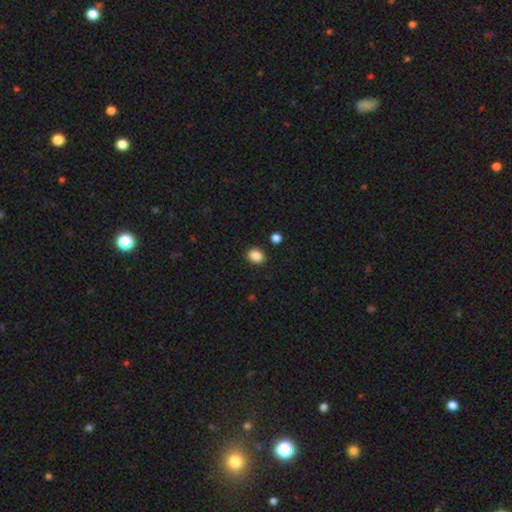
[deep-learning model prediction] Smooth or featured: smooth — 88% (star or artifact — 9%)
How rounded: in between — 58% (round — 41%)
Merging: none — 88% (minor disturbance — 8%)